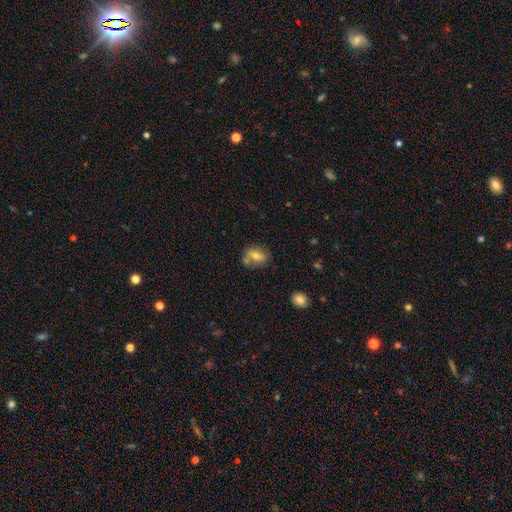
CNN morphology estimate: Smooth or featured? Predicted: smooth (p=0.61). How rounded? Predicted: in between (p=0.67). Merging? Predicted: none (p=0.62).